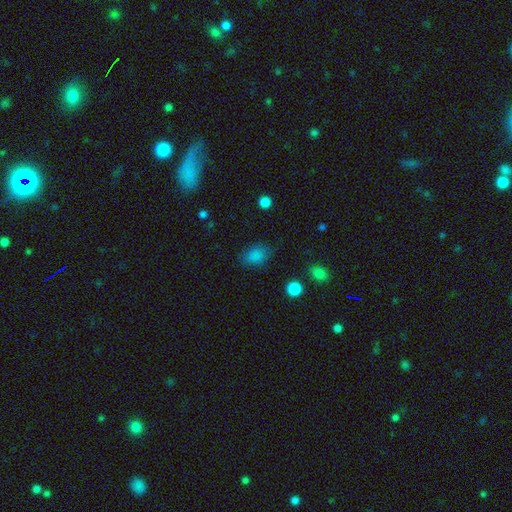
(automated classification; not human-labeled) The model was most divided on "how rounded": in between: 73%, round: 26%, cigar-shaped: 1%. More confident: smooth or featured — smooth (83%); merging — none (74%).